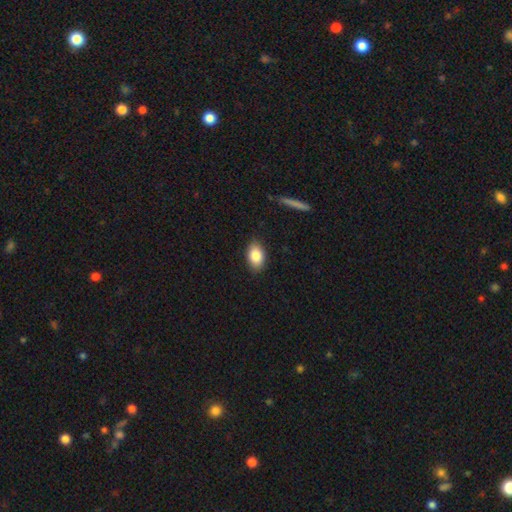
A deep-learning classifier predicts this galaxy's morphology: A smooth galaxy with no disk features (85%) that is in between round and cigar-shaped (88%).

Vote fractions:
- Smooth or featured? smooth: 85% / featured or disk: 8% / star or artifact: 8%
- How rounded? in between: 88% / round: 10% / cigar-shaped: 2%
- Merging? none: 86% / minor disturbance: 11% / major disturbance: 2% / merger: 1%